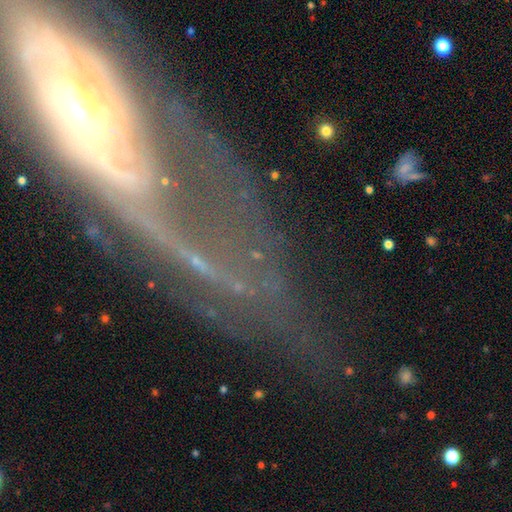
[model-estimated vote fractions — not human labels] Smooth or featured? Predicted: featured or disk (p=0.62). Edge-on disk? Predicted: no (p=0.77). Merging? Predicted: none (p=0.48).